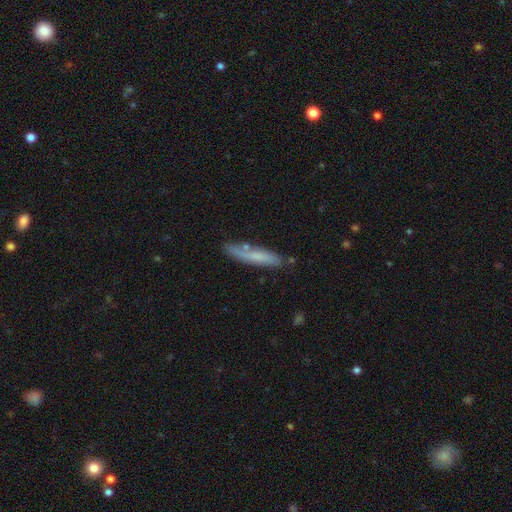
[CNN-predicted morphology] Smooth or featured: smooth — 61% (featured or disk — 32%)
How rounded: cigar-shaped — 87% (in between — 11%)
Merging: none — 72% (minor disturbance — 19%)